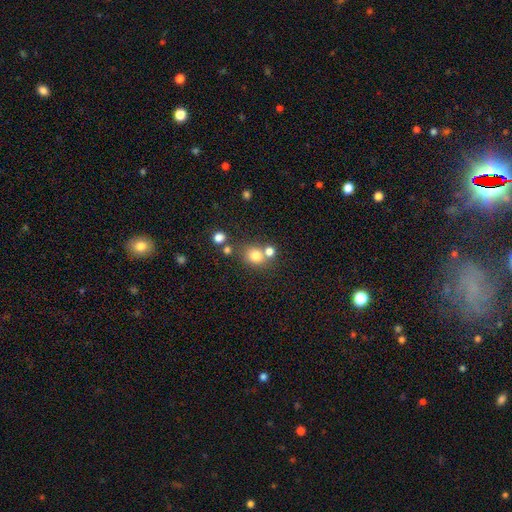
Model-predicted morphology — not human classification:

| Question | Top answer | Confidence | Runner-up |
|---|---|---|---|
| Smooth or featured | smooth | 76% | star or artifact (14%) |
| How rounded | round | 74% | in between (25%) |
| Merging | none | 60% | merger (27%) |